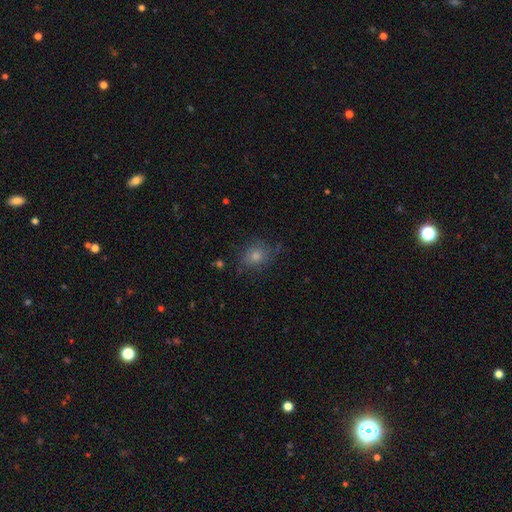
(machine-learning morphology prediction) Smooth or featured: smooth — 52% (featured or disk — 25%)
How rounded: round — 65% (in between — 34%)
Merging: none — 72% (minor disturbance — 18%)